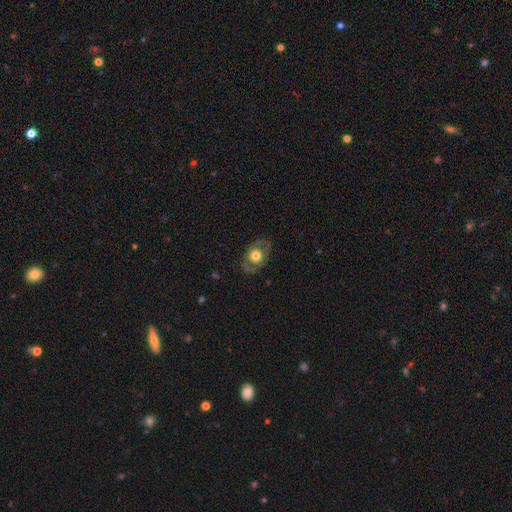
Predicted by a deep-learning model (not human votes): smooth_or_featured: featured or disk (p=0.50) [alt: smooth p=0.43]
disk_edge_on: no (p=0.91) [alt: yes p=0.09]
merging: none (p=0.78) [alt: minor disturbance p=0.15]